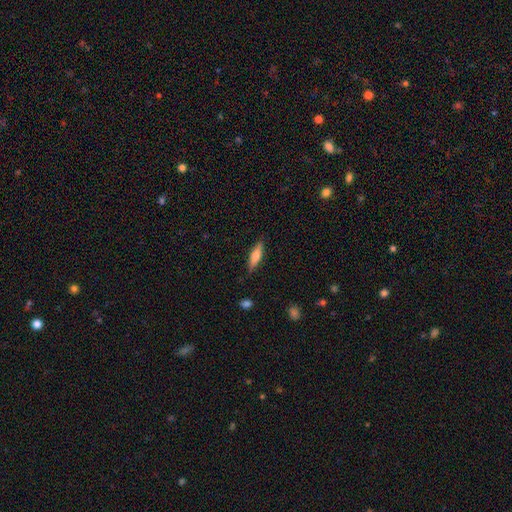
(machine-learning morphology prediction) Overall: smooth (60%; featured or disk 34%). How rounded: cigar-shaped (68%; in between 30%). Merging: none (85%).